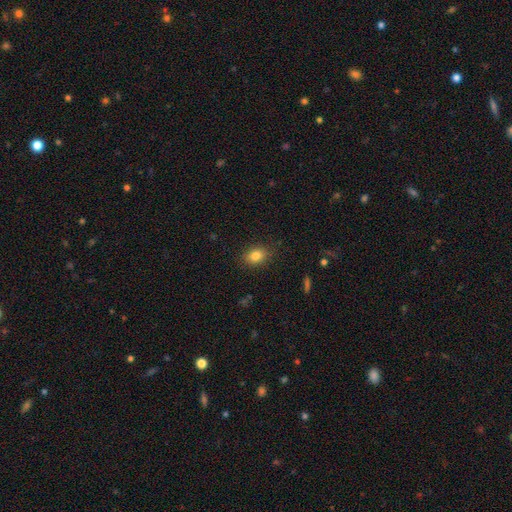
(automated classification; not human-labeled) smooth-or-featured: smooth: 82% | star or artifact: 10% | featured or disk: 8%
  how-rounded: in between: 69% | round: 30% | cigar-shaped: 2%
  merging: none: 85% | minor disturbance: 11% | major disturbance: 3% | merger: 1%